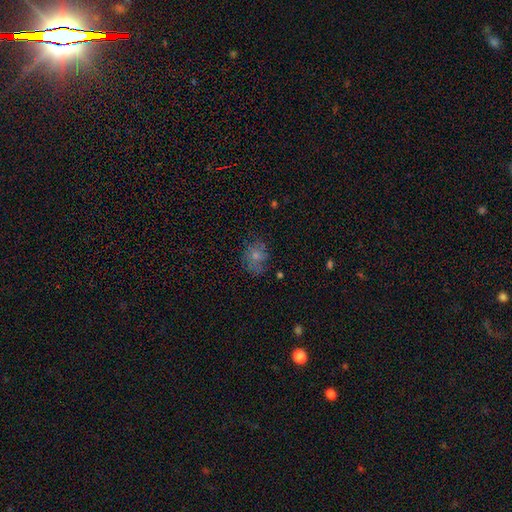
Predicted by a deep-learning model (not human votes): Morphology: type=smooth (64%); roundness=round (57%); merging=none (64%).